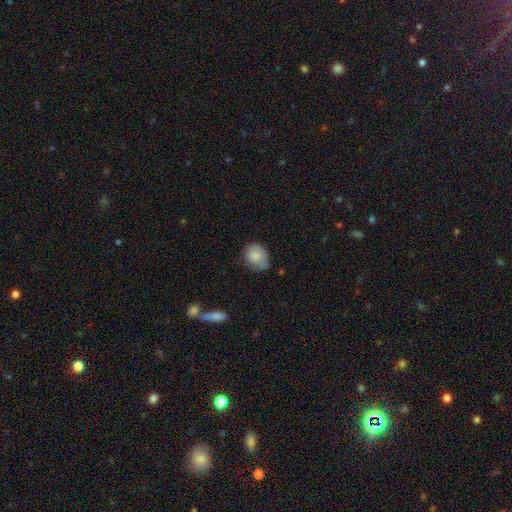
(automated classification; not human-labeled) This appears to be a smooth galaxy with no disk features (82%) that is round (52%). Merging: none (49%).